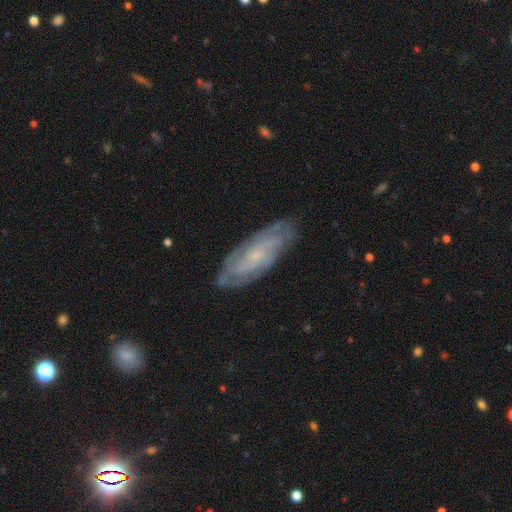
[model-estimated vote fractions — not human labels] Smooth or featured? featured or disk (73%)
Edge-on disk? no (86%)
Bar? no (69%)
Spiral arms? yes (90%)
Spiral winding? tight (63%)
Spiral arm count? can't tell (51%)
Bulge size? small (75%)
Merging? none (79%)